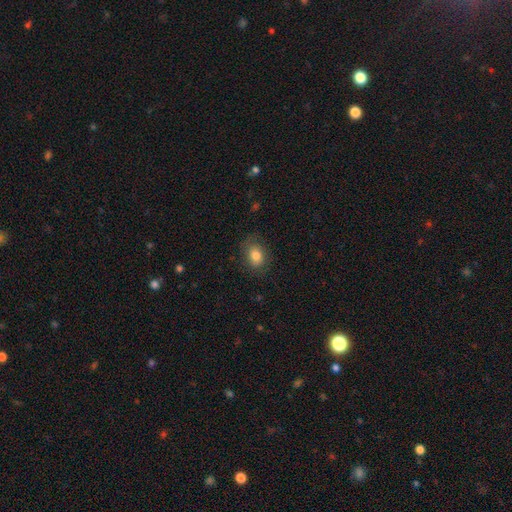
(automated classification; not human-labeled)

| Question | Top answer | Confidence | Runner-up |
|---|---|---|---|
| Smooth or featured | smooth | 81% | featured or disk (10%) |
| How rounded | in between | 65% | round (34%) |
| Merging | none | 78% | minor disturbance (16%) |